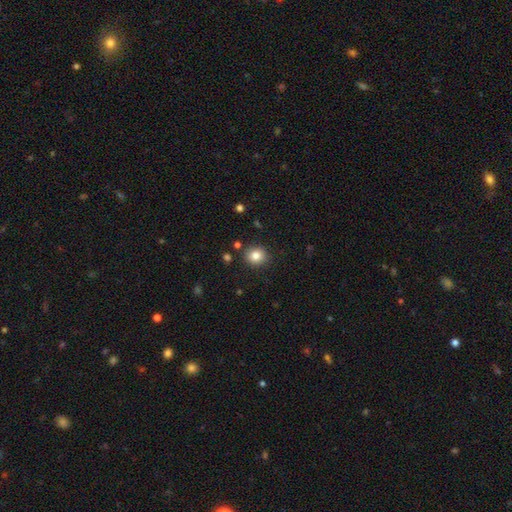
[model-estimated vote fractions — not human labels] Smooth or featured? Predicted: smooth (p=0.83). How rounded? Predicted: round (p=0.80). Merging? Predicted: none (p=0.88).